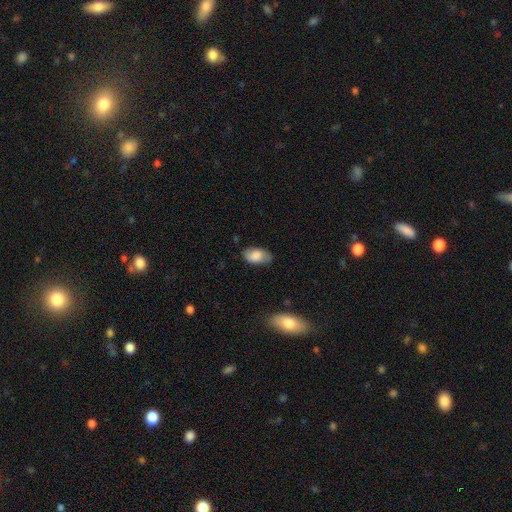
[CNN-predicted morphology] type=smooth (80%); roundness=in between (94%); merging=none (73%).